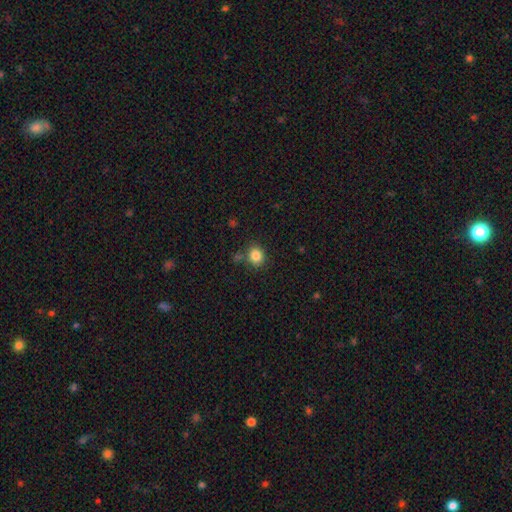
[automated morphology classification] Smooth or featured?
  - smooth: 84% *
  - star or artifact: 11%
  - featured or disk: 5%
How rounded?
  - round: 78% *
  - in between: 21%
  - cigar-shaped: 1%
Merging?
  - none: 79% *
  - minor disturbance: 11%
  - merger: 6%
  - major disturbance: 4%